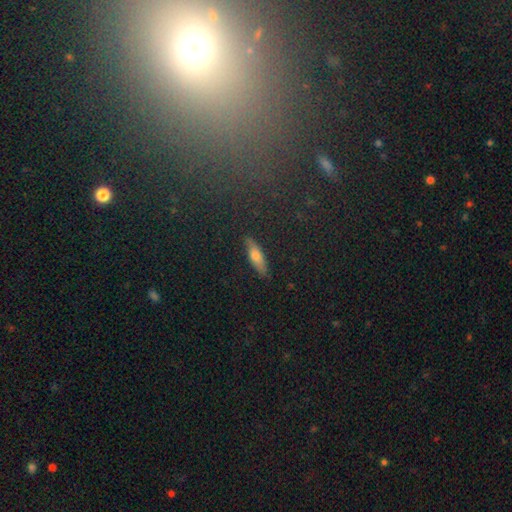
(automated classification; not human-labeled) smooth 66%, featured or disk 25%, star or artifact 8%. Down the decision tree: how rounded — cigar-shaped (59%); merging — none (85%).